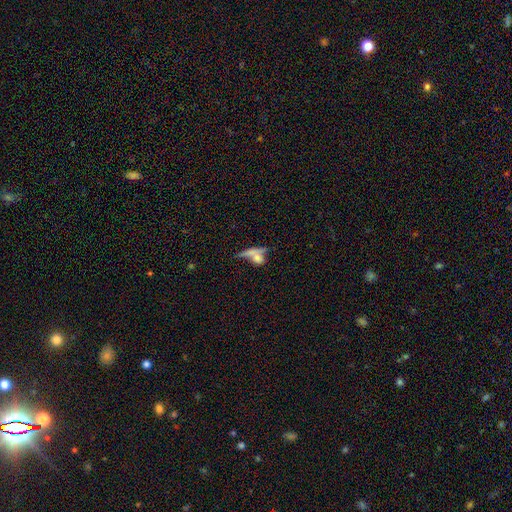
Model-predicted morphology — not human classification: smooth-or-featured: smooth: 59% | featured or disk: 30% | star or artifact: 11%
  how-rounded: in between: 37% | cigar-shaped: 34% | round: 30%
  merging: merger: 45% | none: 32% | major disturbance: 12% | minor disturbance: 11%